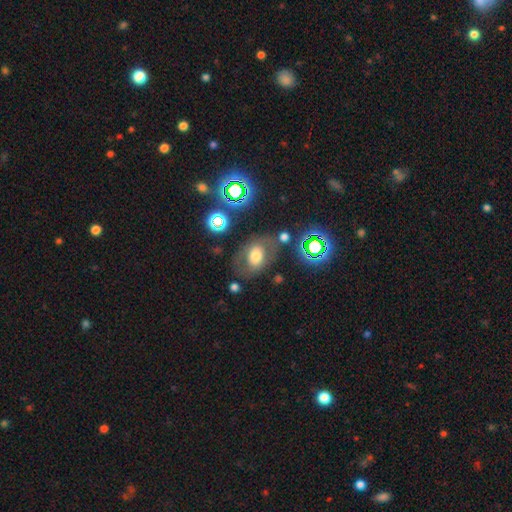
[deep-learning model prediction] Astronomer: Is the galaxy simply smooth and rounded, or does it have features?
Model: smooth — 55% (runner-up: featured or disk, 30%).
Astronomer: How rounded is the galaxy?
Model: in between — 73%.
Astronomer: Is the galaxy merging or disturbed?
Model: none — 67%.